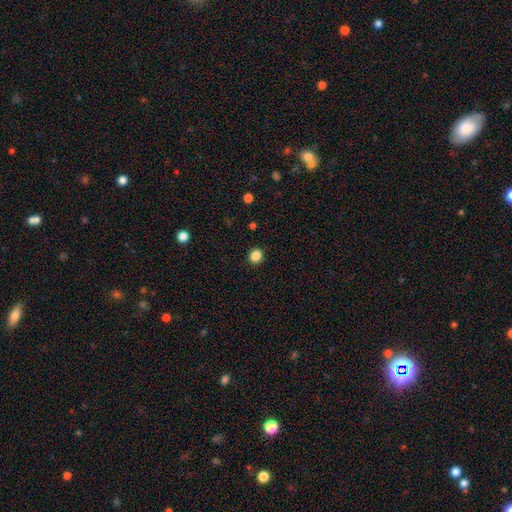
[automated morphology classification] Smooth or featured?
  - smooth: 86% *
  - star or artifact: 11%
  - featured or disk: 3%
How rounded?
  - round: 81% *
  - in between: 18%
  - cigar-shaped: 1%
Merging?
  - none: 92% *
  - minor disturbance: 5%
  - major disturbance: 2%
  - merger: 1%